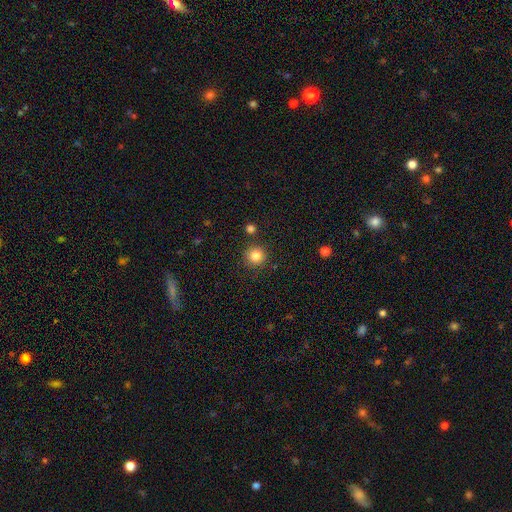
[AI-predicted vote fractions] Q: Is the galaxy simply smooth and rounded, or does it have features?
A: smooth — 84%.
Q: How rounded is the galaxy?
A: round — 94%.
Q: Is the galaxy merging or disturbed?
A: none — 87%.